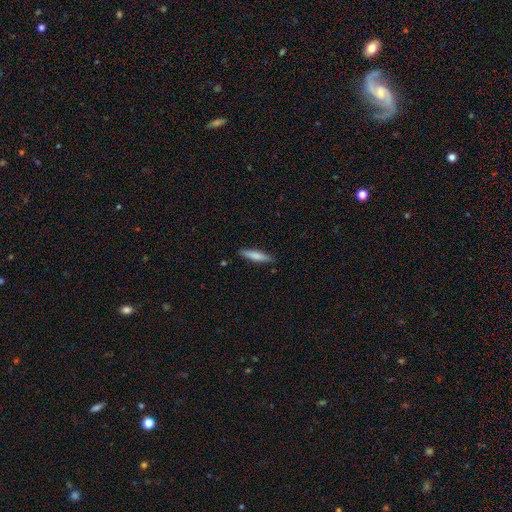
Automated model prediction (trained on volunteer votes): Smooth or featured? smooth (73%)
How rounded? cigar-shaped (84%)
Merging? none (87%)